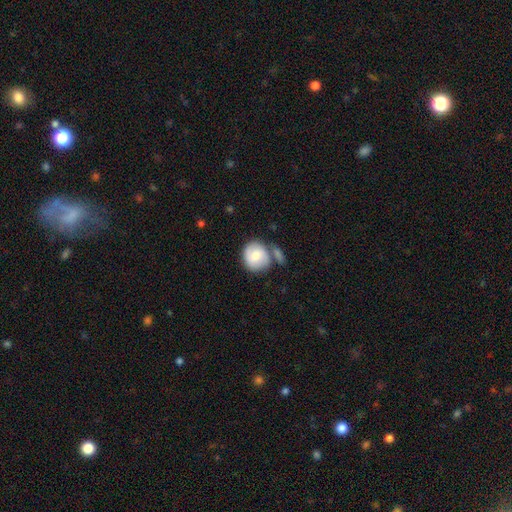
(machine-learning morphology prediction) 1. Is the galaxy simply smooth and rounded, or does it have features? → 70% smooth, 24% featured or disk, 6% star or artifact.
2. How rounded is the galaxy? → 85% round, 14% in between, 1% cigar-shaped.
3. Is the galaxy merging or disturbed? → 51% none, 25% merger, 17% minor disturbance, 7% major disturbance.